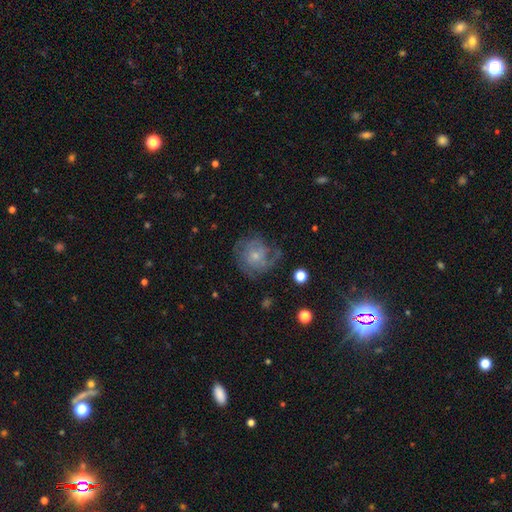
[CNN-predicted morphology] type=featured or disk (65%); edge-on=no (98%); bar=no (80%); spiral arms=yes (81%); winding=tight (48%); arm count=can't tell (41%); bulge=small (68%); merging=none (58%).